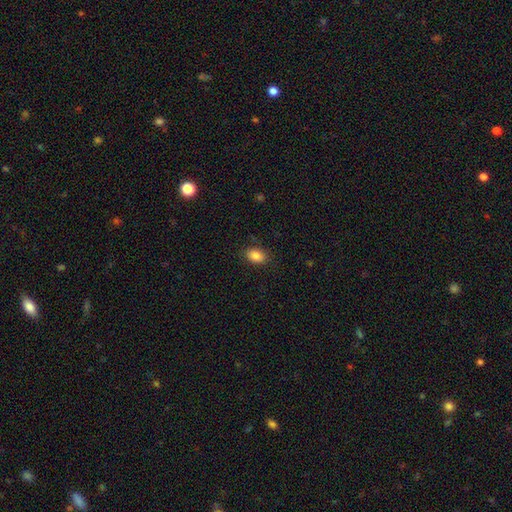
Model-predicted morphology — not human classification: Smooth or featured? smooth (86%)
How rounded? in between (85%)
Merging? none (85%)